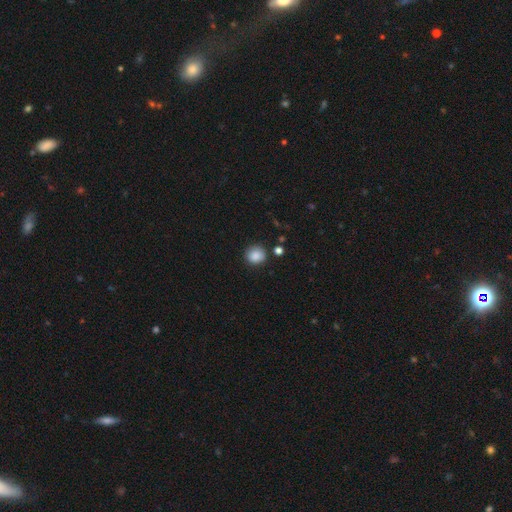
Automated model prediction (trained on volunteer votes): smooth_or_featured: smooth (p=0.87) [alt: star or artifact p=0.09]
how_rounded: round (p=0.87) [alt: in between p=0.12]
merging: none (p=0.83) [alt: minor disturbance p=0.11]